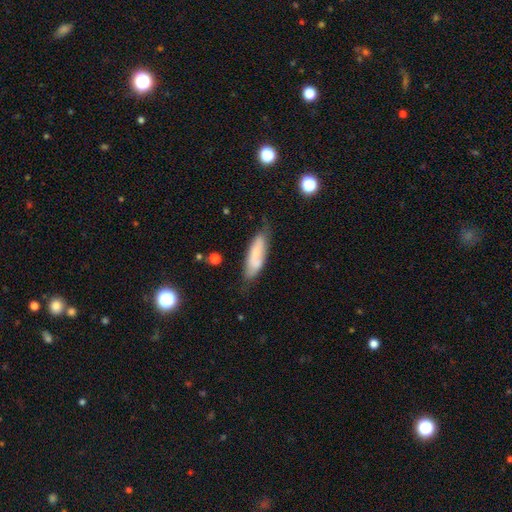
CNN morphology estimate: Smooth or featured?
  - smooth: 60% *
  - featured or disk: 33%
  - star or artifact: 7%
How rounded?
  - in between: 50% *
  - cigar-shaped: 49%
  - round: 2%
Merging?
  - none: 63% *
  - minor disturbance: 26%
  - major disturbance: 7%
  - merger: 4%